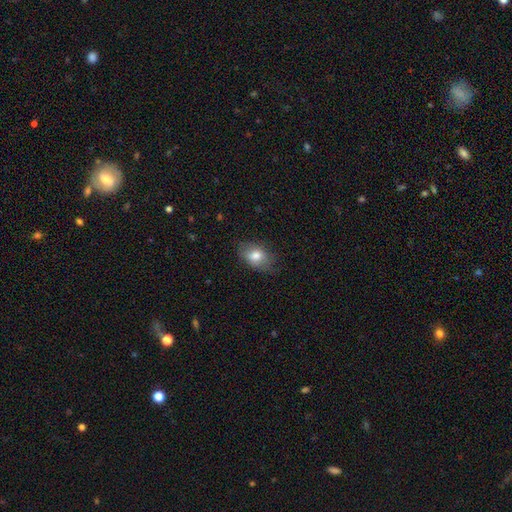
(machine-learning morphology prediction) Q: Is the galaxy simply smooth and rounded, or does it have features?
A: smooth — 76%.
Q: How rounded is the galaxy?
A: in between — 84%.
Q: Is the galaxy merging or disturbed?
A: none — 72%.